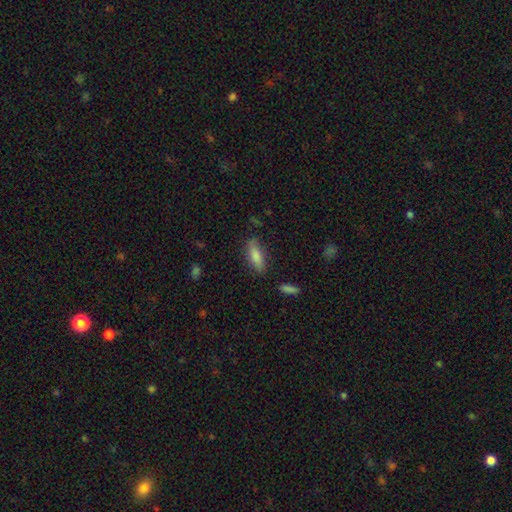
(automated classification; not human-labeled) This appears to be a smooth galaxy with no disk features (77%) that is in between round and cigar-shaped (57%). Merging: none (78%).